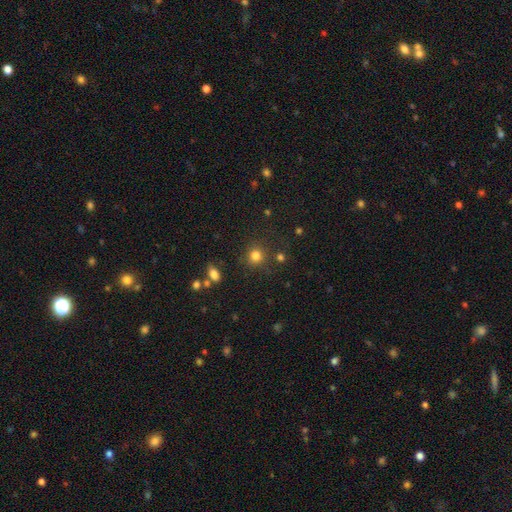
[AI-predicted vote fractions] Overall: smooth (81%). How rounded: round (89%). Merging: none (80%).